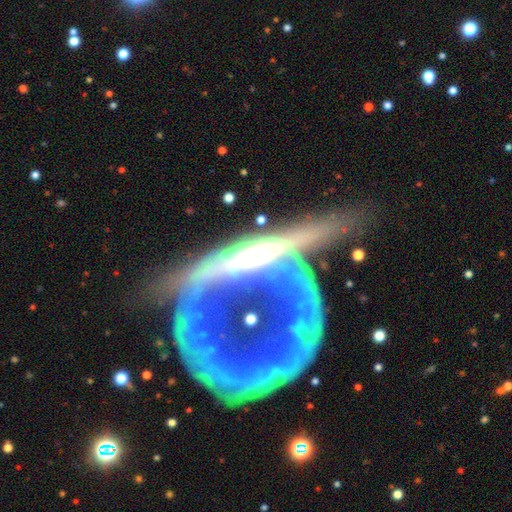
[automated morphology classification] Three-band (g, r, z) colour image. It shows a featured or disk galaxy (75%) viewed edge-on (57%). Merging: major disturbance (40%).